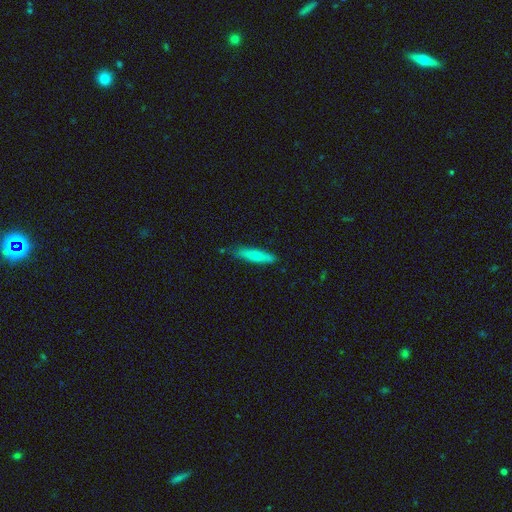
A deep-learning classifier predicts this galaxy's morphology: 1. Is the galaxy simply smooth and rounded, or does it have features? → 58% smooth, 36% featured or disk, 6% star or artifact.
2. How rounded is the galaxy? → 82% cigar-shaped, 17% in between, 2% round.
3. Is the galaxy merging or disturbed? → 83% none, 13% minor disturbance, 2% major disturbance, 2% merger.